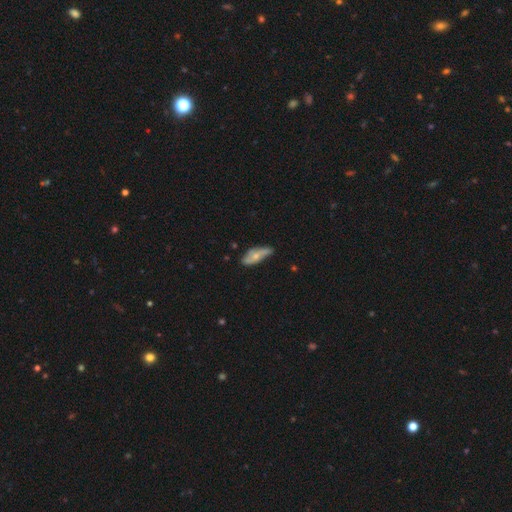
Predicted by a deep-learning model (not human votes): The model was most divided on "smooth or featured": smooth: 49%, featured or disk: 45%, star or artifact: 6%. More confident: merging — none (57%).